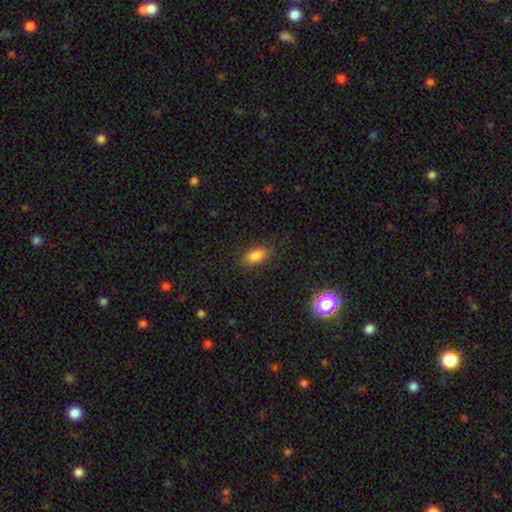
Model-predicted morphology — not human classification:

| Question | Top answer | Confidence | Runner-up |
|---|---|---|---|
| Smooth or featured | smooth | 84% | star or artifact (10%) |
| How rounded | in between | 88% | cigar-shaped (6%) |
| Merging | none | 84% | minor disturbance (12%) |